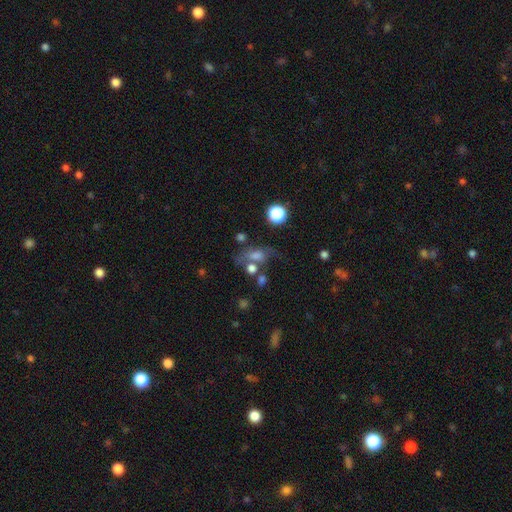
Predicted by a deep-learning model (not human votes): Smooth or featured? smooth (48%)
Merging? none (44%)